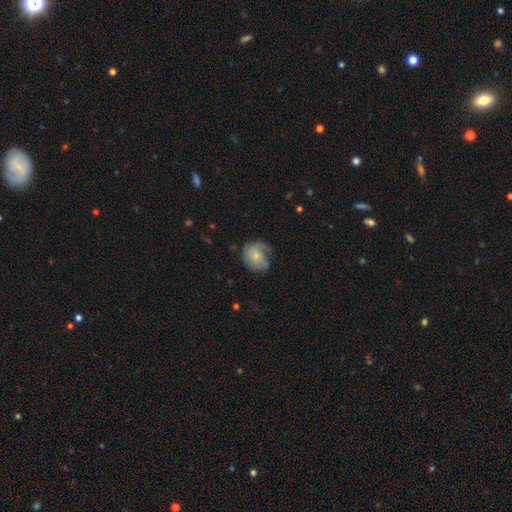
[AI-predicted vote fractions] This is possibly a featured or disk galaxy (53%). It is clearly not viewed edge-on (97%). Bar: likely no (76%). Spiral arm pattern: clearly yes (81%). Central bulge: possibly small (57%). Merging: possibly none (47%).